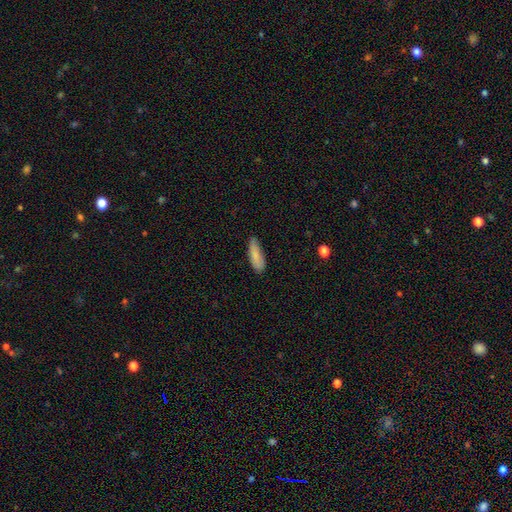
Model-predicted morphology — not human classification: This appears to be a smooth galaxy with no disk features (85%) that is in between round and cigar-shaped (57%). Merging: none (75%).